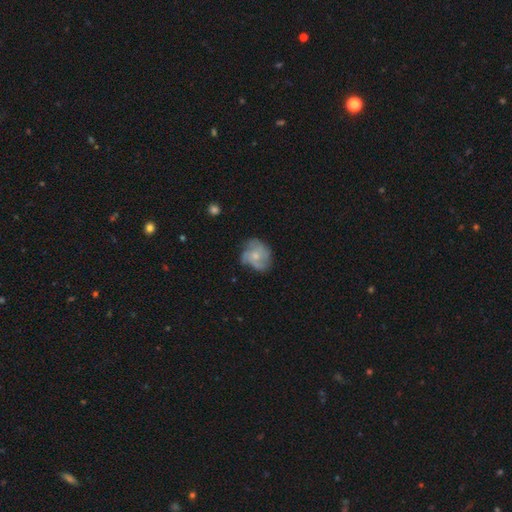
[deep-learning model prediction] Smooth or featured?
  - featured or disk: 58% *
  - smooth: 34%
  - star or artifact: 8%
Edge-on disk?
  - no: 98% *
  - yes: 2%
Bar?
  - no: 81% *
  - weak: 17%
  - strong: 2%
Spiral arms?
  - yes: 75% *
  - no: 25%
Bulge size?
  - small: 51% *
  - moderate: 40%
  - none: 6%
  - large: 2%
  - dominant: 1%
Merging?
  - none: 58% *
  - minor disturbance: 26%
  - major disturbance: 14%
  - merger: 2%